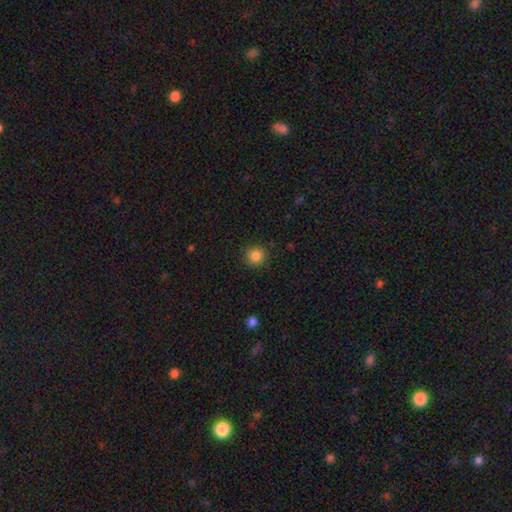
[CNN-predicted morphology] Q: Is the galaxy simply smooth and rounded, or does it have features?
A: smooth — 86%.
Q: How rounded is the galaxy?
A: round — 93%.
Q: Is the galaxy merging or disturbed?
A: none — 87%.